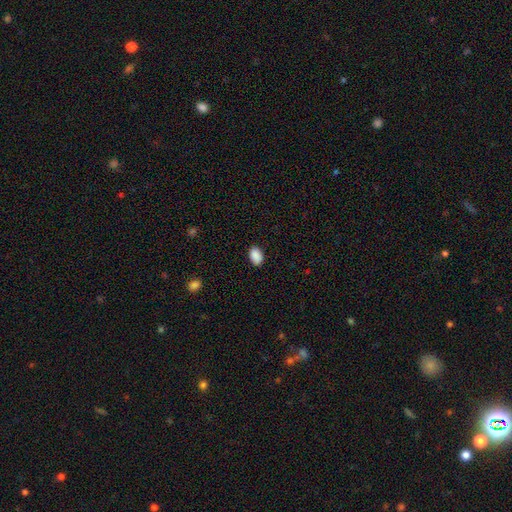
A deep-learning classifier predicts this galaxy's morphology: A smooth galaxy with no disk features (90%) that is in between round and cigar-shaped (89%).

Vote fractions:
- Smooth or featured? smooth: 90% / star or artifact: 7% / featured or disk: 3%
- How rounded? in between: 89% / round: 10% / cigar-shaped: 1%
- Merging? none: 86% / minor disturbance: 11% / major disturbance: 2% / merger: 1%